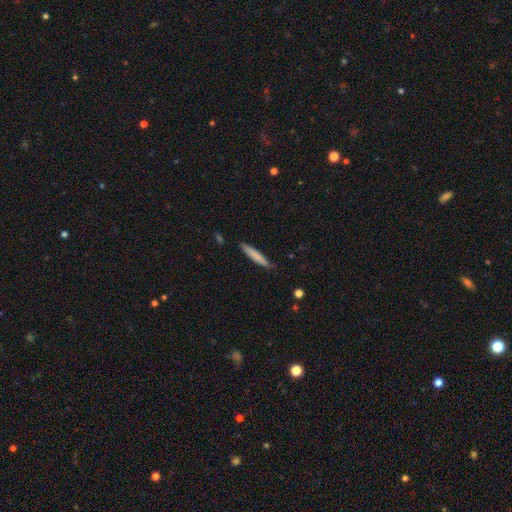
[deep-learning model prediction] A smooth galaxy with no disk features (78%) that is cigar-shaped (94%). Merging: none (85%).